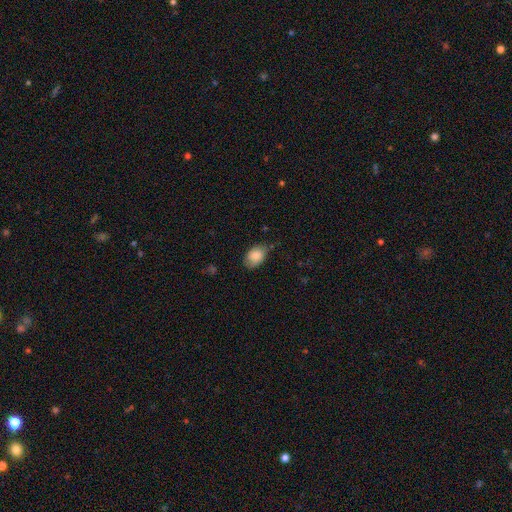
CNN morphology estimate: Overall: smooth (82%). How rounded: in between (82%). Merging: none (67%).